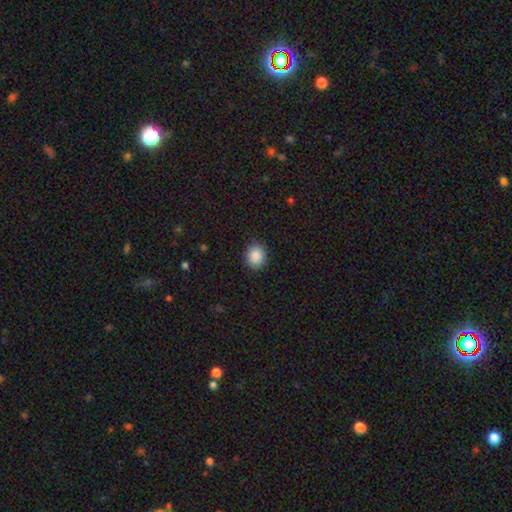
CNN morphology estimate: A smooth galaxy with no disk features (88%) that is round (61%). Merging: none (88%).